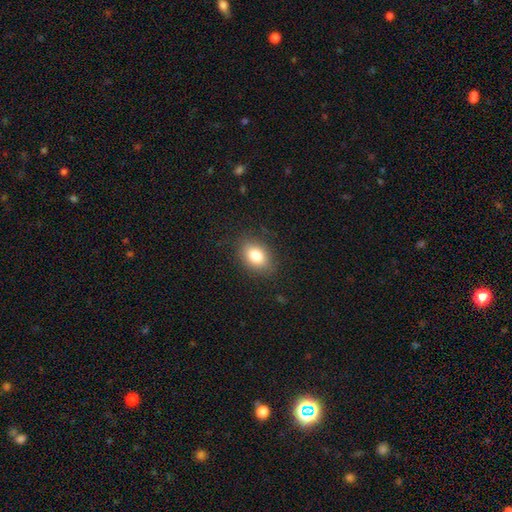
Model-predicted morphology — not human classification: smooth 81%, star or artifact 9%, featured or disk 9%. Down the decision tree: how rounded — in between (74%); merging — none (85%).